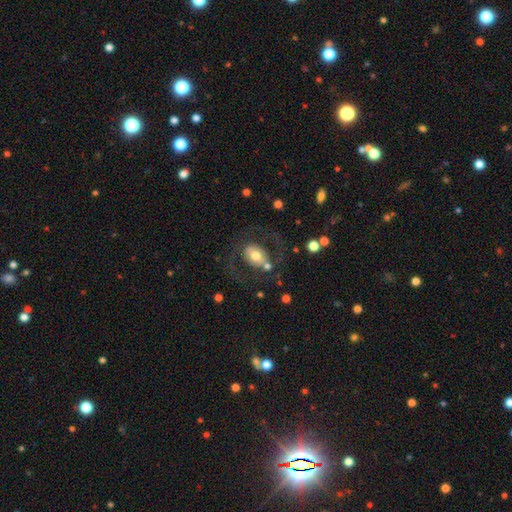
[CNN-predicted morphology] Smooth or featured? Predicted: featured or disk (p=0.51). Edge-on disk? Predicted: no (p=0.95). Merging? Predicted: none (p=0.61).